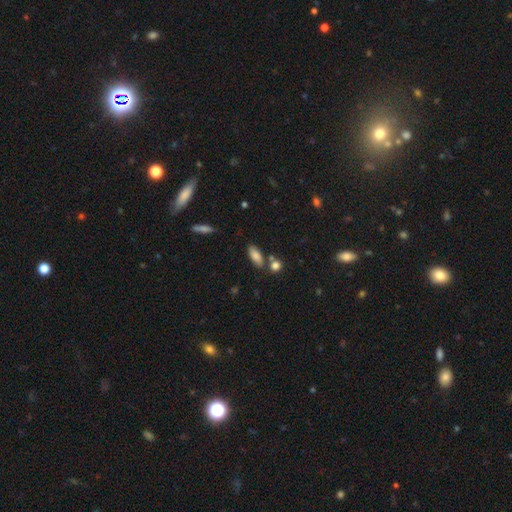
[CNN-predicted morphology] A smooth galaxy with no disk features (82%) that is in between round and cigar-shaped (80%). Merging: none (72%).